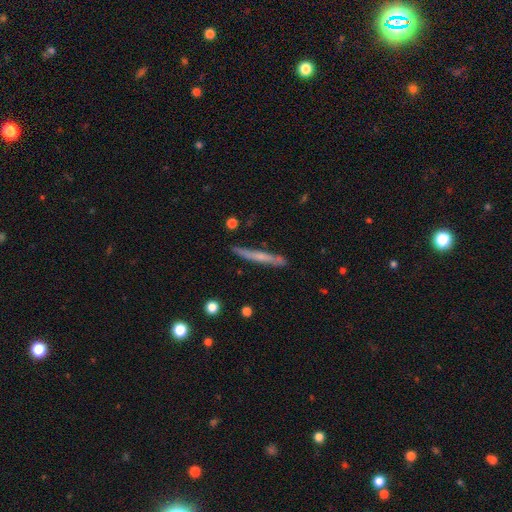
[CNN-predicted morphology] Overall: featured or disk (54%; smooth 38%). Edge-on disk: yes (94%). Edge-on bulge: none (49%; rounded 44%). Merging: none (85%).